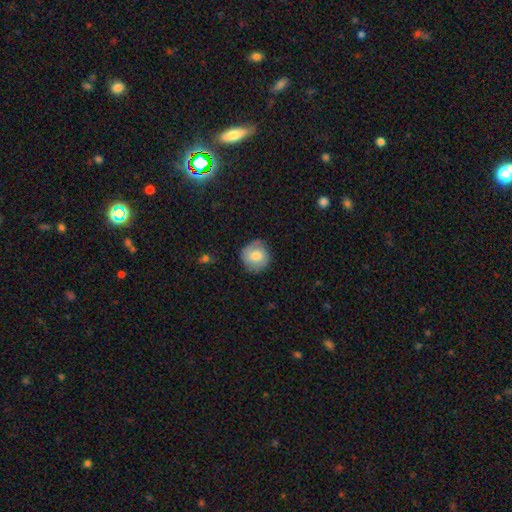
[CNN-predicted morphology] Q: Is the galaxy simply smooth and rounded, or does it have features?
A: smooth — 70%.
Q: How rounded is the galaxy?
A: round — 89%.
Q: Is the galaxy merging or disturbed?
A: none — 74%.